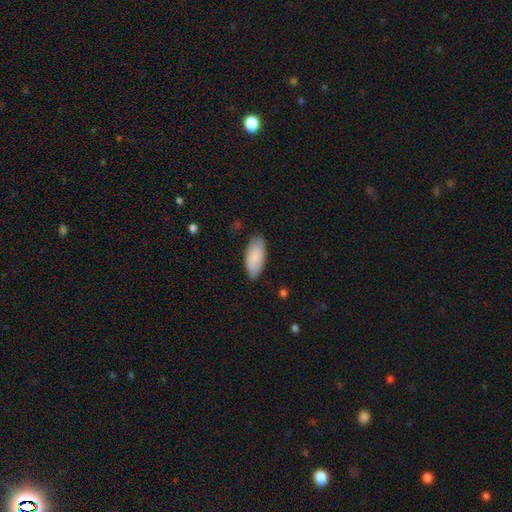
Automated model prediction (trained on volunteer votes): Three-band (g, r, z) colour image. It shows a smooth galaxy with no disk features (87%) that is in between round and cigar-shaped (90%). Merging: none (82%).